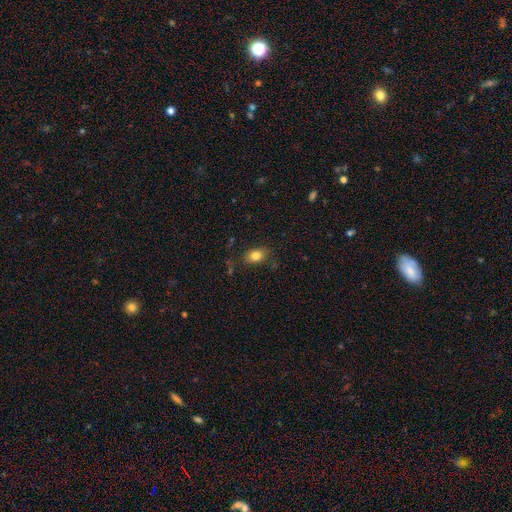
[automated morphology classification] type=smooth (81%); roundness=in between (76%); merging=none (79%).